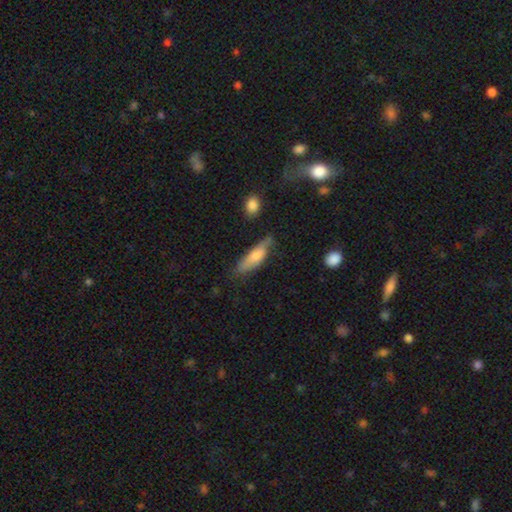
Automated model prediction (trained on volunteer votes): Overall: smooth (68%). How rounded: cigar-shaped (53%; in between 45%). Merging: none (56%; minor disturbance 31%).